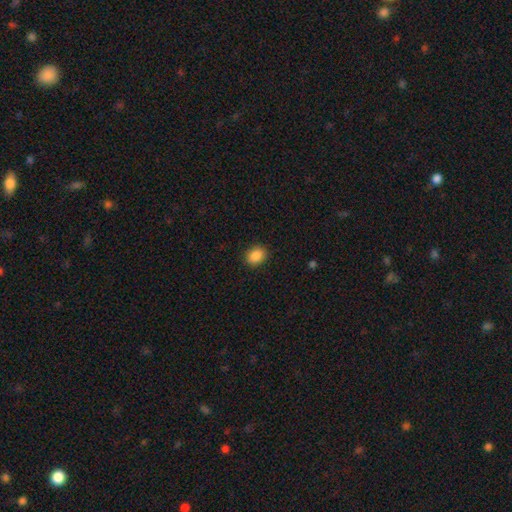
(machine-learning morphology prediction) The model was most divided on "how rounded": in between: 51%, round: 48%, cigar-shaped: 1%. More confident: merging — none (89%); smooth or featured — smooth (88%).